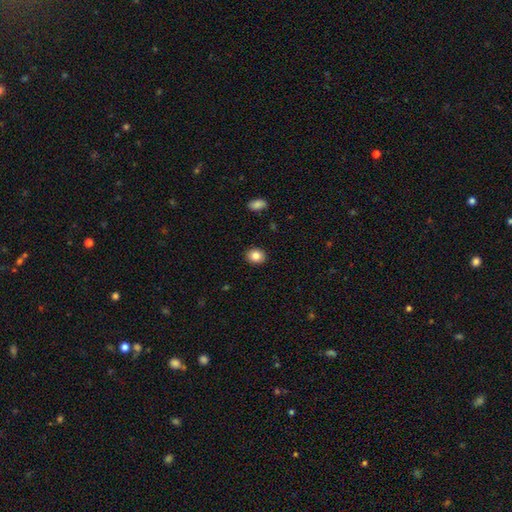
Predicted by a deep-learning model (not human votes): smooth_or_featured: smooth (p=0.85) [alt: star or artifact p=0.09]
how_rounded: round (p=0.60) [alt: in between p=0.39]
merging: none (p=0.91) [alt: minor disturbance p=0.06]